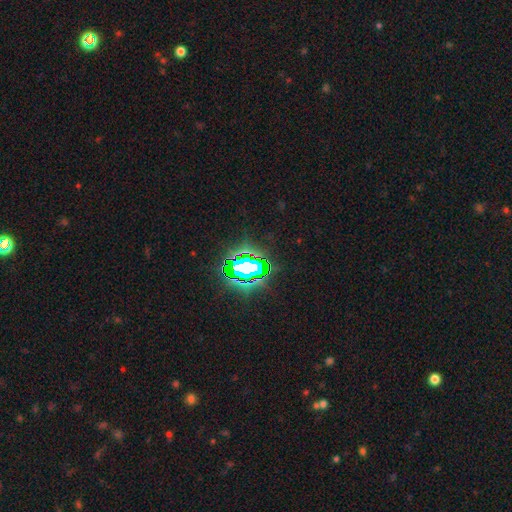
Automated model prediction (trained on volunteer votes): This is likely a star or artifact rather than a galaxy (77%).